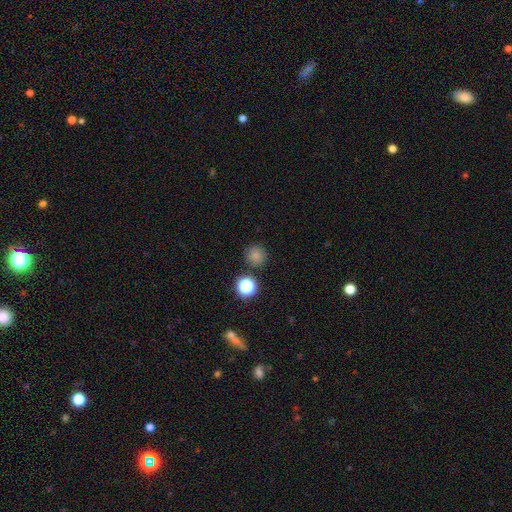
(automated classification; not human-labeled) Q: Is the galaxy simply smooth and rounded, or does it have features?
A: smooth — 79%.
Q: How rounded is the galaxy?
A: round — 93%.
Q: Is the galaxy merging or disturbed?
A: none — 84%.